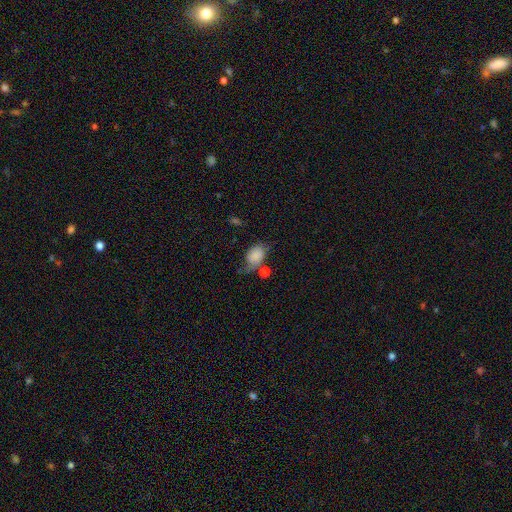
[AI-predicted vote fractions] This appears to be a smooth galaxy with no disk features (78%) that is in between round and cigar-shaped (74%). Merging: none (32%).